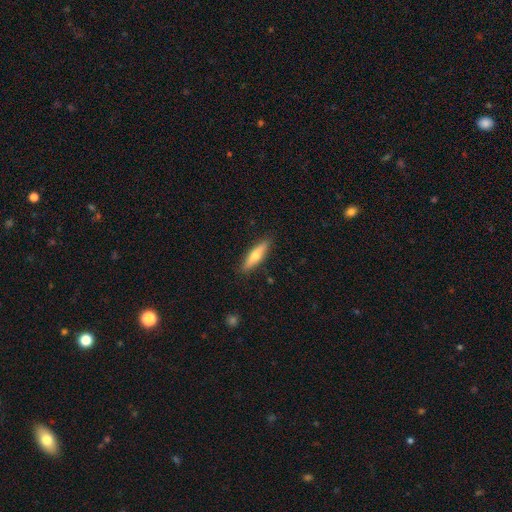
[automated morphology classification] Smooth or featured?
  - smooth: 52% *
  - featured or disk: 42%
  - star or artifact: 6%
How rounded?
  - cigar-shaped: 78% *
  - in between: 20%
  - round: 2%
Merging?
  - none: 89% *
  - minor disturbance: 8%
  - major disturbance: 2%
  - merger: 1%